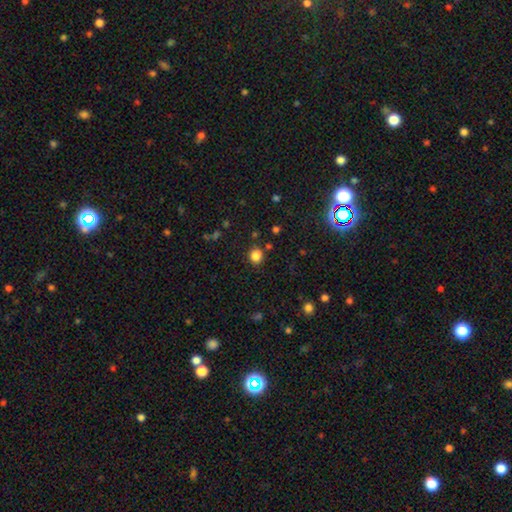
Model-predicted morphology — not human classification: smooth-or-featured: smooth: 83% | star or artifact: 13% | featured or disk: 4%
  how-rounded: round: 78% | in between: 21% | cigar-shaped: 1%
  merging: none: 83% | minor disturbance: 10% | merger: 4% | major disturbance: 3%